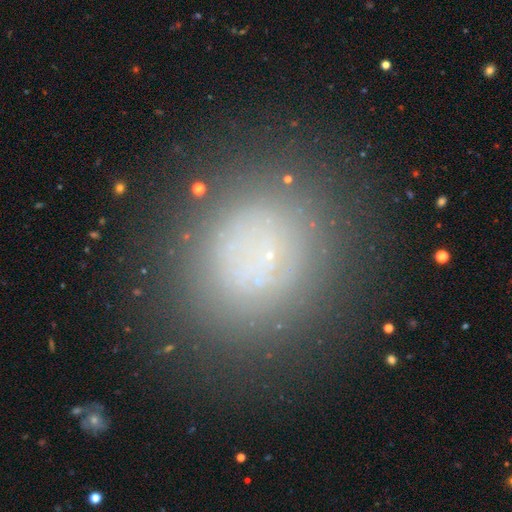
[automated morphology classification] This appears to be a smooth galaxy with no disk features (59%) that is round (81%). Merging: none (81%).